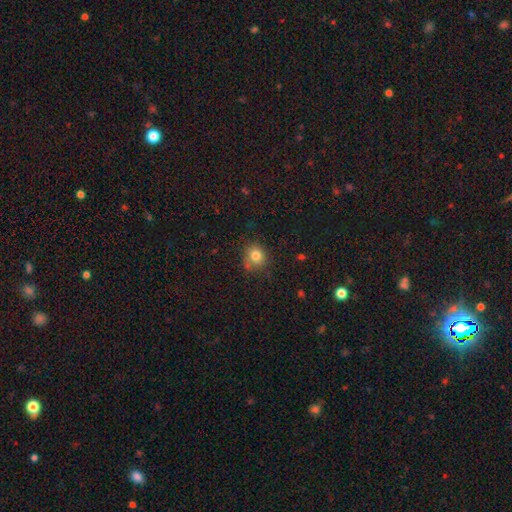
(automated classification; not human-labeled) Smooth or featured: smooth — 81% (star or artifact — 12%)
How rounded: round — 81% (in between — 18%)
Merging: none — 74% (minor disturbance — 18%)